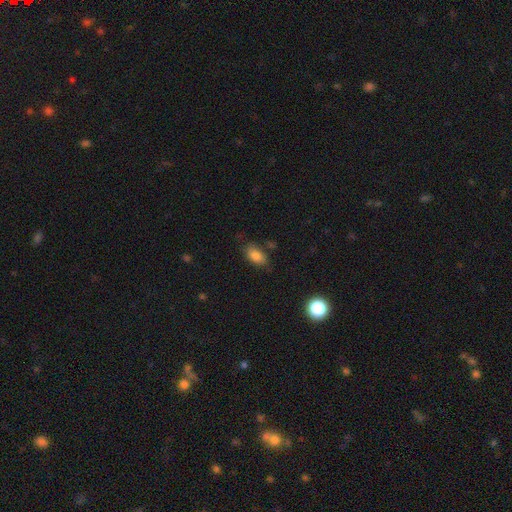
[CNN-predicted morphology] Smooth or featured?
  - smooth: 83% *
  - star or artifact: 9%
  - featured or disk: 8%
How rounded?
  - in between: 90% *
  - round: 6%
  - cigar-shaped: 4%
Merging?
  - none: 73% *
  - minor disturbance: 18%
  - major disturbance: 5%
  - merger: 4%